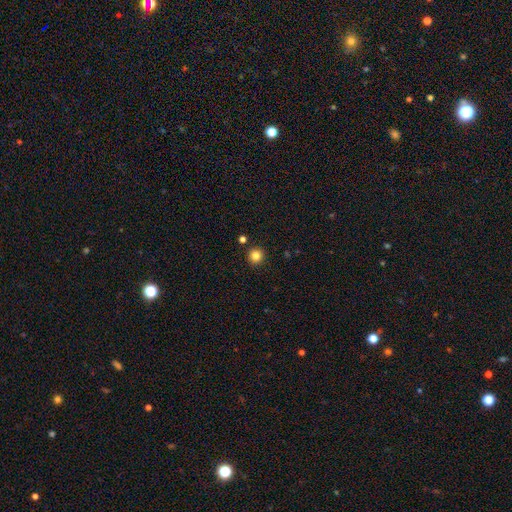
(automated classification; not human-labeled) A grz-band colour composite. It shows a smooth galaxy with no disk features (83%) that is round (95%). Merging: none (91%).